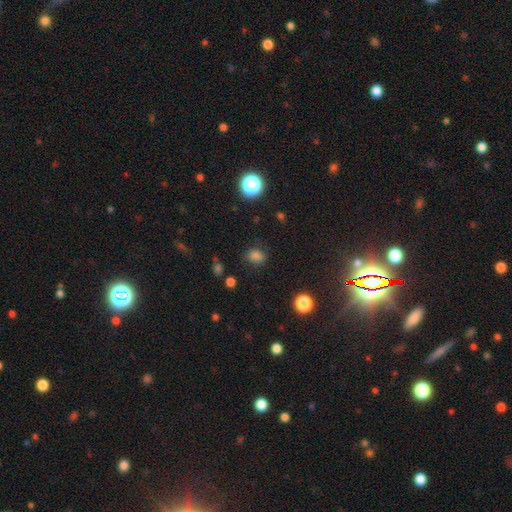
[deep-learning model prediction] smooth_or_featured: smooth (p=0.77) [alt: star or artifact p=0.17]
how_rounded: in between (p=0.56) [alt: round p=0.42]
merging: none (p=0.74) [alt: minor disturbance p=0.18]